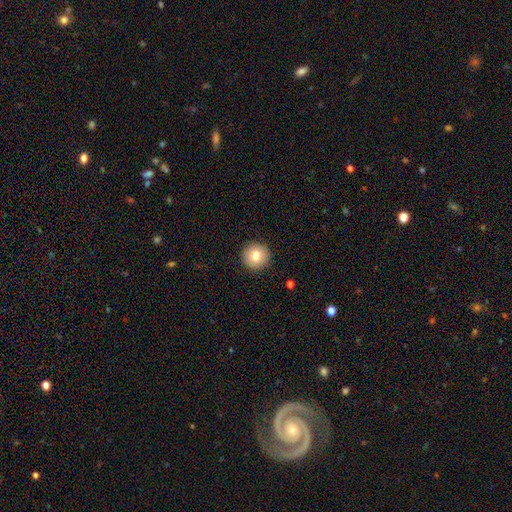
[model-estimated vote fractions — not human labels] Morphology: type=smooth (78%); roundness=round (95%); merging=none (92%).